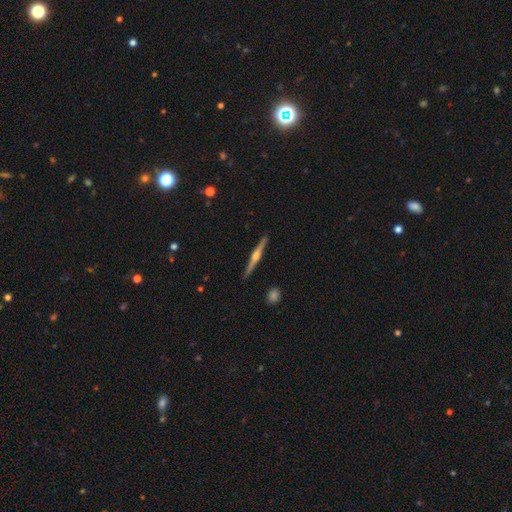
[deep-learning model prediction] This appears to be a featured or disk galaxy (76%) viewed edge-on (98%) with a rounded central bulge (86%). Merging: none (92%).